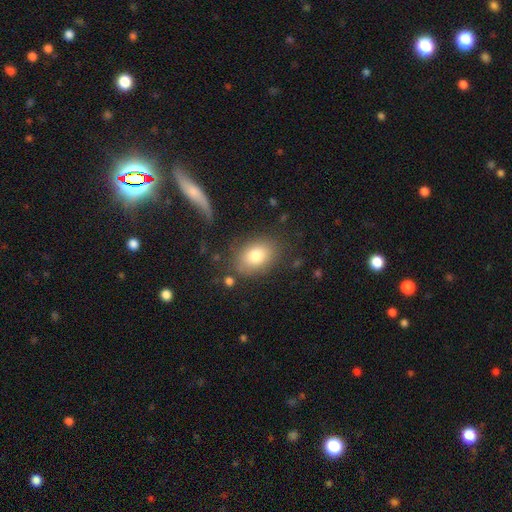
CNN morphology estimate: This is likely a smooth galaxy (80%). How rounded: likely in between (74%). Merging: likely none (77%).